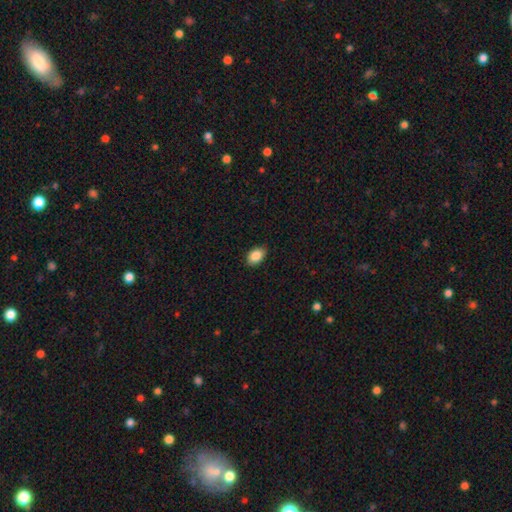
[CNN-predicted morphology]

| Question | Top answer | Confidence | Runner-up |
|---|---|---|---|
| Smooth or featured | smooth | 87% | star or artifact (8%) |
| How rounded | in between | 86% | round (13%) |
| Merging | none | 85% | minor disturbance (12%) |